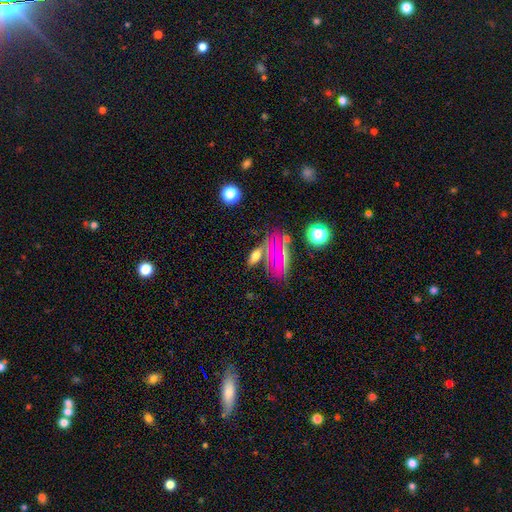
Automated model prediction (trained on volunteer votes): A smooth galaxy with no disk features (60%) that is in between round and cigar-shaped (78%).

Vote fractions:
- Smooth or featured? smooth: 60% / featured or disk: 21% / star or artifact: 19%
- How rounded? in between: 78% / cigar-shaped: 14% / round: 9%
- Merging? none: 68% / minor disturbance: 14% / merger: 13% / major disturbance: 6%